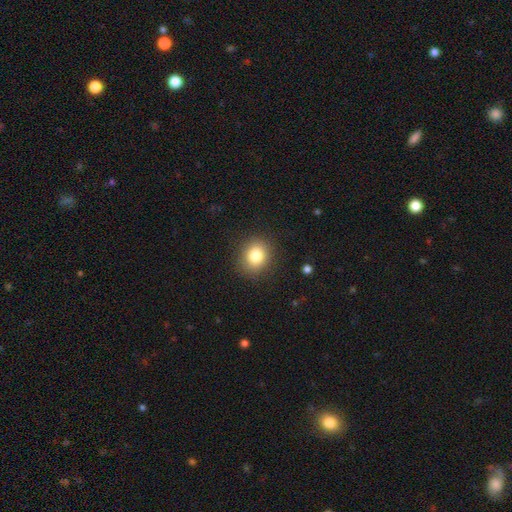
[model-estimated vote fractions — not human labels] A smooth galaxy with no disk features (82%) that is round (67%).

Vote fractions:
- Smooth or featured? smooth: 82% / star or artifact: 11% / featured or disk: 7%
- How rounded? round: 67% / in between: 32% / cigar-shaped: 1%
- Merging? none: 88% / minor disturbance: 8% / major disturbance: 3% / merger: 1%